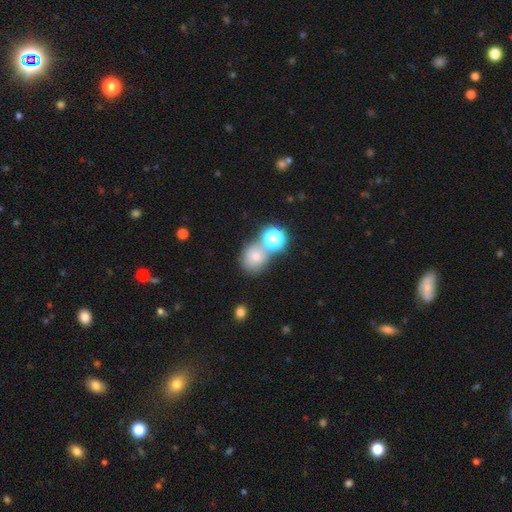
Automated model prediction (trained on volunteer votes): The model was most divided on "merging": none: 50%, merger: 30%, minor disturbance: 13%, major disturbance: 6%. More confident: how rounded — round (70%); smooth or featured — smooth (70%).